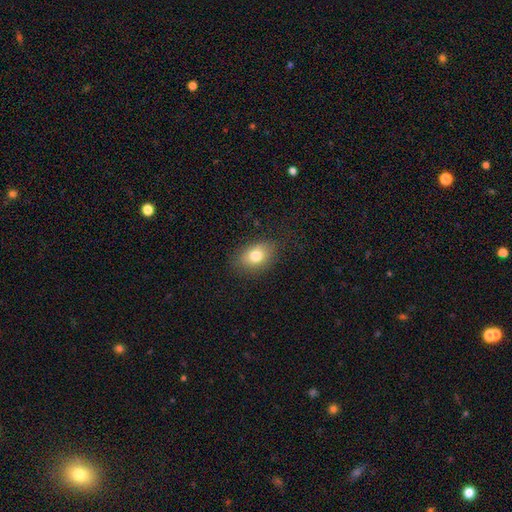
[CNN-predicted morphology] This is likely a smooth galaxy (79%). How rounded: likely in between (79%). Merging: clearly none (80%).